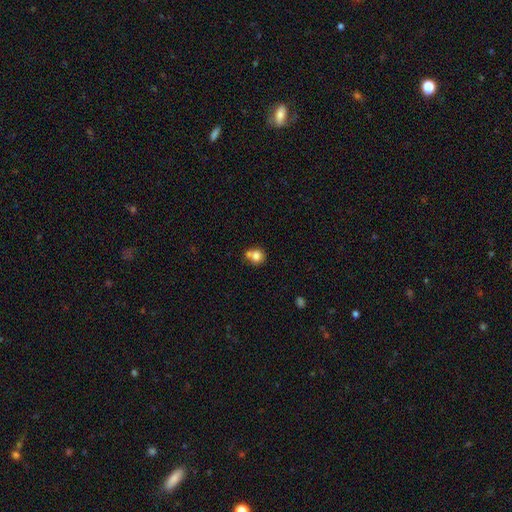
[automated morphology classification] Q: Smooth or featured?
A: smooth (79%); runner-up: featured or disk (11%)
Q: How rounded?
A: round (81%); runner-up: in between (18%)
Q: Merging?
A: none (47%); runner-up: merger (38%)